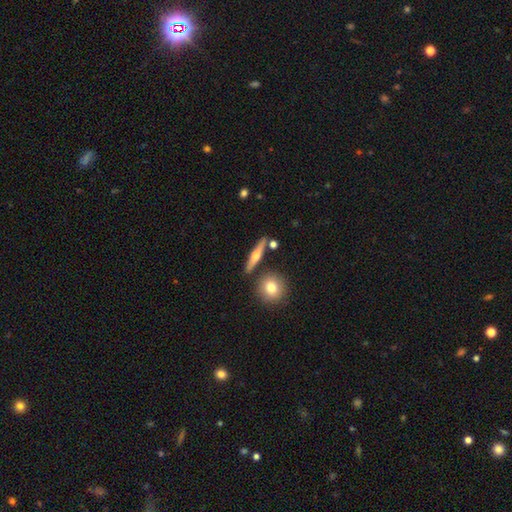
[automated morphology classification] smooth_or_featured: featured or disk (p=0.58) [alt: smooth p=0.35]
disk_edge_on: yes (p=0.94) [alt: no p=0.06]
edge_on_bulge: rounded (p=0.93) [alt: none p=0.04]
merging: none (p=0.84) [alt: minor disturbance p=0.08]